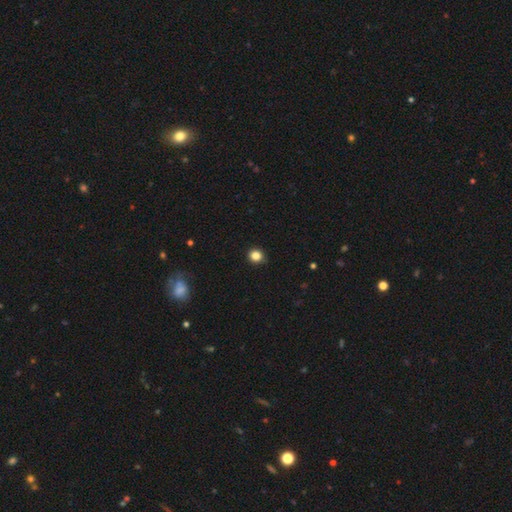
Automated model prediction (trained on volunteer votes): A smooth galaxy with no disk features (84%) that is round (86%).

Vote fractions:
- Smooth or featured? smooth: 84% / star or artifact: 12% / featured or disk: 4%
- How rounded? round: 86% / in between: 13% / cigar-shaped: 1%
- Merging? none: 90% / minor disturbance: 7% / major disturbance: 2% / merger: 1%